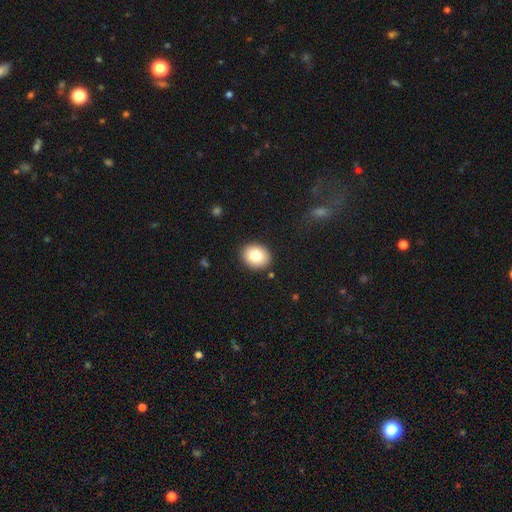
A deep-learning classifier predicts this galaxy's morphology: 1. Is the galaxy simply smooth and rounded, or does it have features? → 81% smooth, 10% featured or disk, 9% star or artifact.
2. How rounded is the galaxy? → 62% round, 37% in between, 1% cigar-shaped.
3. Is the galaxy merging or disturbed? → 89% none, 7% minor disturbance, 2% major disturbance, 1% merger.